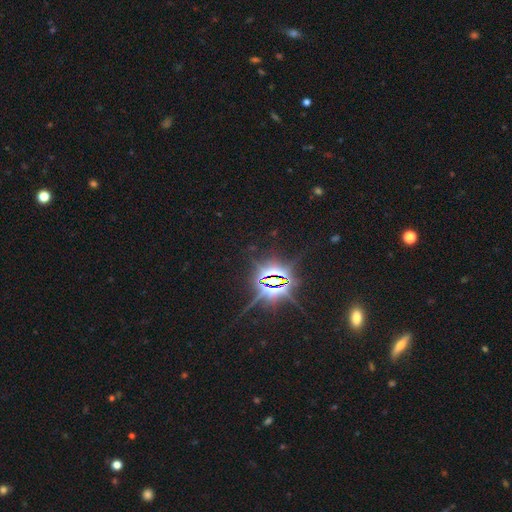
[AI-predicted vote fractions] The model was most divided on "smooth or featured": star or artifact: 82%, smooth: 11%, featured or disk: 7%.